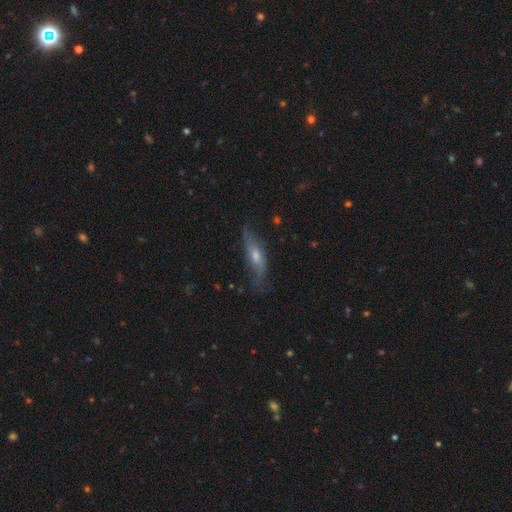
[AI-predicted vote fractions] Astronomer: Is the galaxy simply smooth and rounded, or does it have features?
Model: featured or disk — 57% (runner-up: smooth, 34%).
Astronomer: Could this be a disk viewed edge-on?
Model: no — 52% (runner-up: yes, 48%).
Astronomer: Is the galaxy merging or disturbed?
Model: none — 62%.